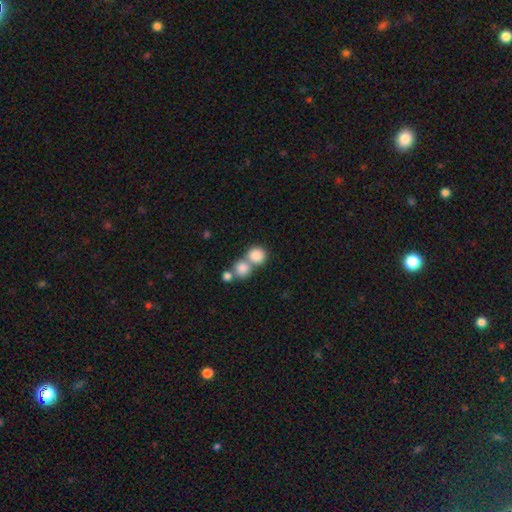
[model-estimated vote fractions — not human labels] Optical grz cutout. It shows a smooth galaxy with no disk features (83%) that is round (86%). Merging: merger (49%).